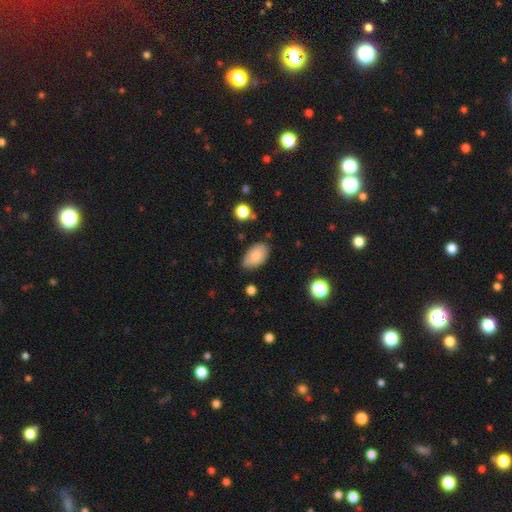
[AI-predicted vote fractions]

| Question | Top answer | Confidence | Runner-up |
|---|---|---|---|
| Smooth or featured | smooth | 81% | featured or disk (11%) |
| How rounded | in between | 93% | round (5%) |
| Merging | none | 74% | minor disturbance (20%) |